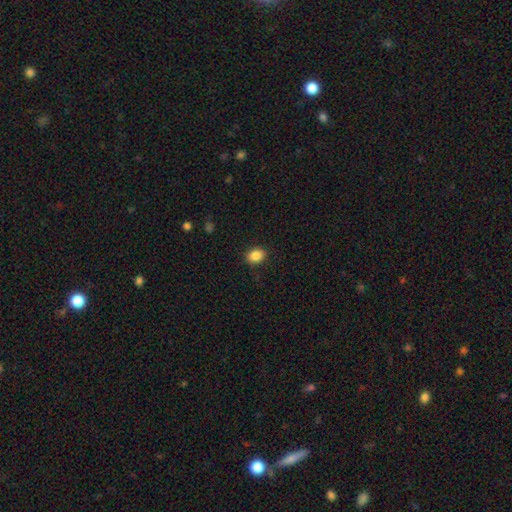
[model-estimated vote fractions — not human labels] A smooth galaxy with no disk features (87%) that is in between round and cigar-shaped (57%).

Vote fractions:
- Smooth or featured? smooth: 87% / star or artifact: 9% / featured or disk: 4%
- How rounded? in between: 57% / round: 42% / cigar-shaped: 1%
- Merging? none: 88% / minor disturbance: 8% / major disturbance: 2% / merger: 1%